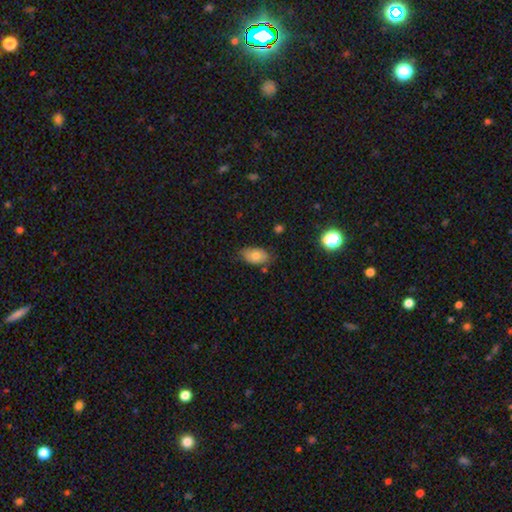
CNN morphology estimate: Smooth or featured? Predicted: smooth (p=0.76). How rounded? Predicted: in between (p=0.92). Merging? Predicted: none (p=0.75).